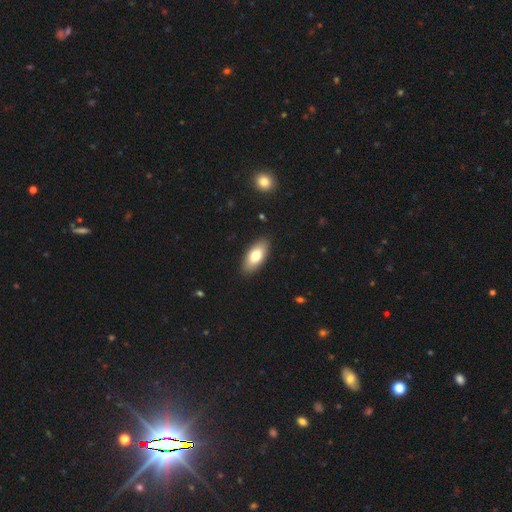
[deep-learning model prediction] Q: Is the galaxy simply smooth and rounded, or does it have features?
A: smooth — 76%.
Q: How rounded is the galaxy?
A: in between — 88%.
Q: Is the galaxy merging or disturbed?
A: none — 89%.